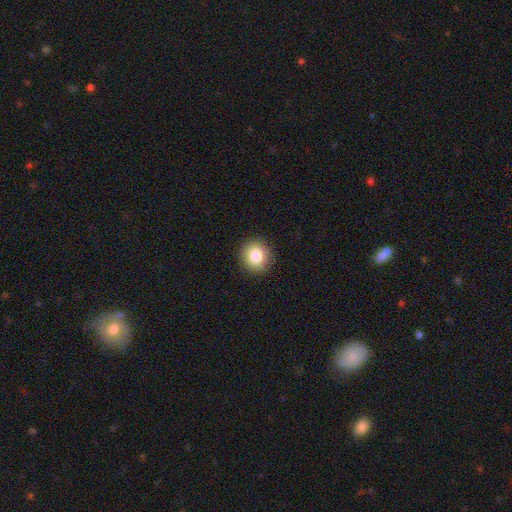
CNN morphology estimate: Q: Smooth or featured?
A: smooth (85%); runner-up: star or artifact (9%)
Q: How rounded?
A: round (88%); runner-up: in between (11%)
Q: Merging?
A: none (91%); runner-up: minor disturbance (6%)